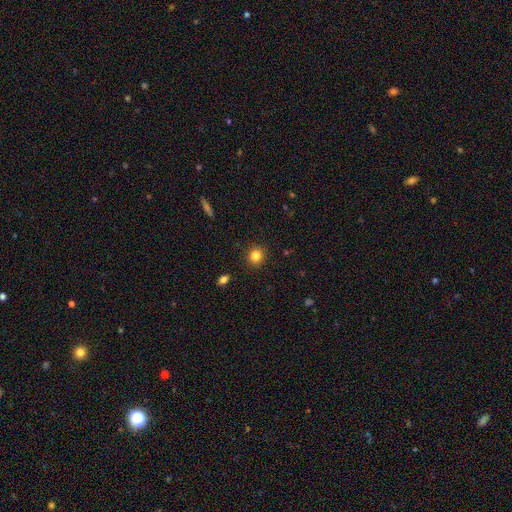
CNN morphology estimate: Smooth or featured? Predicted: smooth (p=0.83). How rounded? Predicted: round (p=0.87). Merging? Predicted: none (p=0.90).